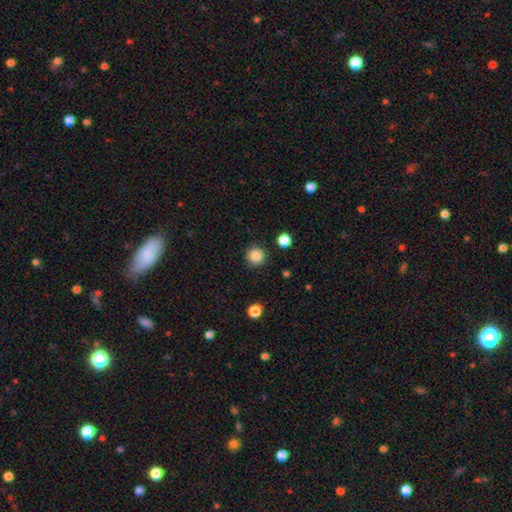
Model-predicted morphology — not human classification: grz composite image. It shows a smooth galaxy with no disk features (86%) that is round (95%). Merging: none (90%).